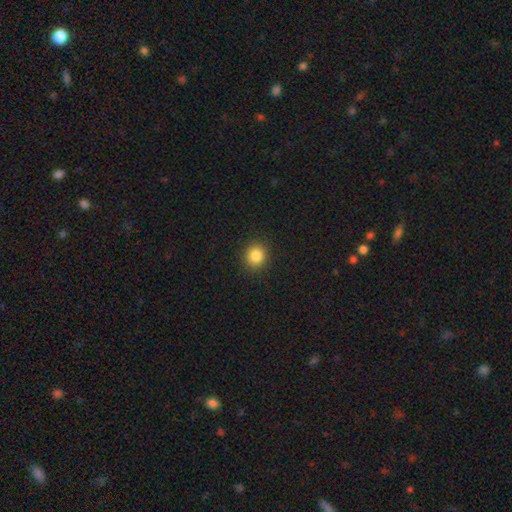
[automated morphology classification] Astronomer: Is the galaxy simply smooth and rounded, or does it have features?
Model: smooth — 85%.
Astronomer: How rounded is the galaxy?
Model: round — 84%.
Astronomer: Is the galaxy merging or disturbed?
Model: none — 91%.